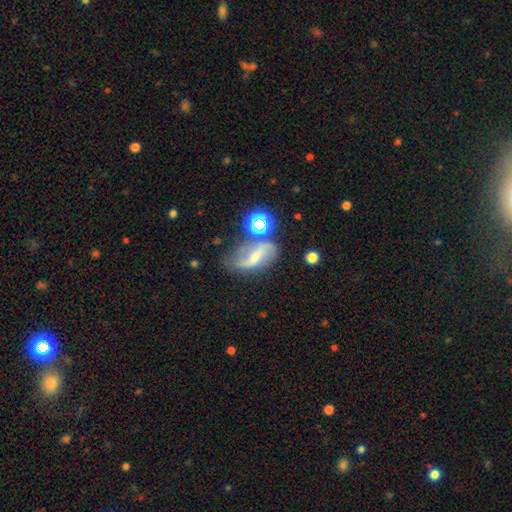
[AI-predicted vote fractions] Smooth or featured? featured or disk (65%)
Edge-on disk? no (93%)
Bar? strong (39%)
Spiral arms? yes (85%)
Spiral winding? loose (75%)
Spiral arm count? 2 (85%)
Bulge size? small (49%)
Merging? none (54%)